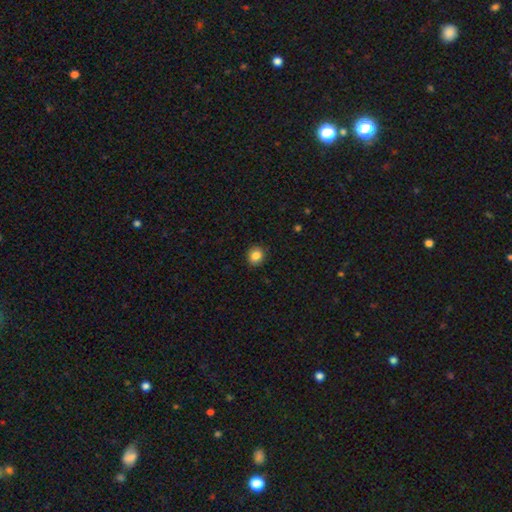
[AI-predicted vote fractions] A smooth galaxy with no disk features (85%) that is round (79%). Merging: none (90%).